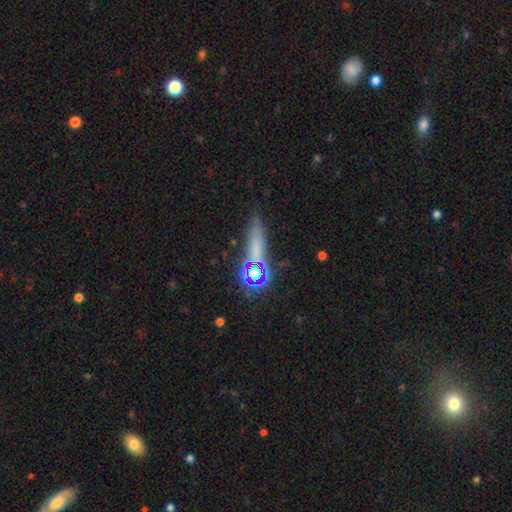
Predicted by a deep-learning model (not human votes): Smooth or featured? Predicted: smooth (p=0.45). Merging? Predicted: none (p=0.67).